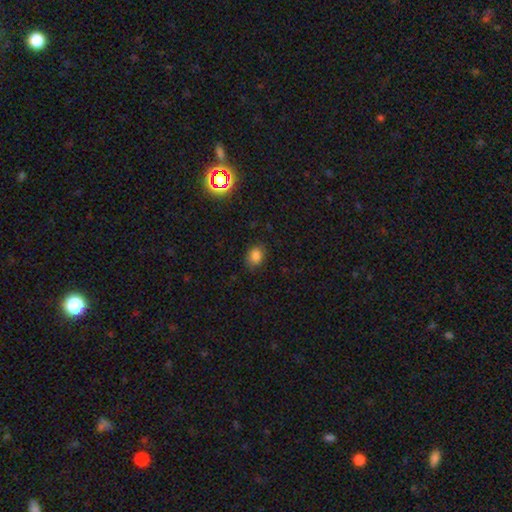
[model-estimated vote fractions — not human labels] Smooth or featured? Predicted: smooth (p=0.81). How rounded? Predicted: in between (p=0.60). Merging? Predicted: none (p=0.80).